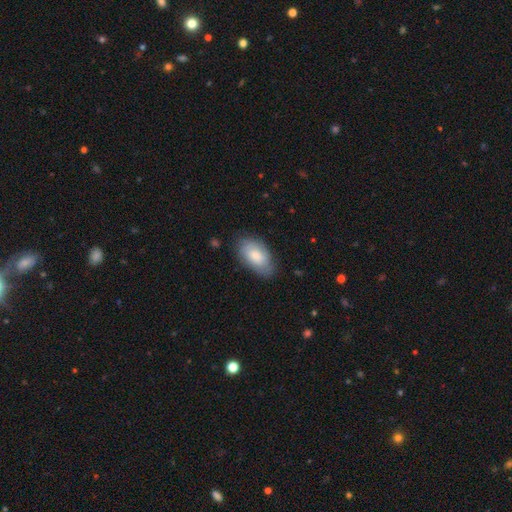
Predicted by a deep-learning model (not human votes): Morphology: type=smooth (72%); roundness=in between (94%); merging=none (71%).